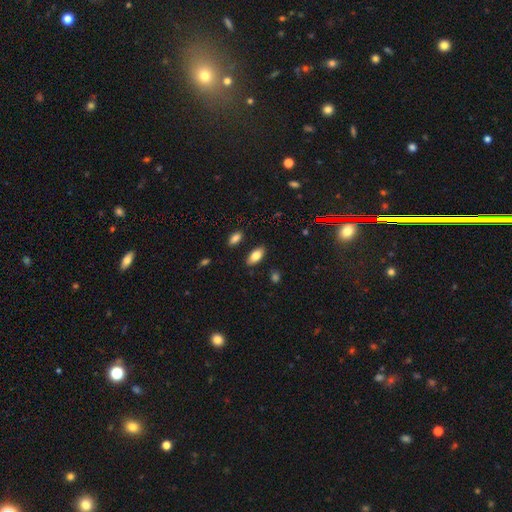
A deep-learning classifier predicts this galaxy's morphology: This appears to be a smooth galaxy with no disk features (81%) that is in between round and cigar-shaped (90%). Merging: none (86%).